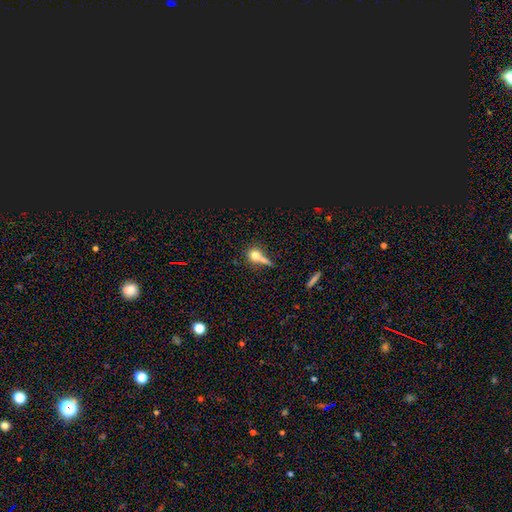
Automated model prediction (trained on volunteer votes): This appears to be a smooth galaxy with no disk features (71%) that is round (75%). Merging: merger (40%, tied with none).